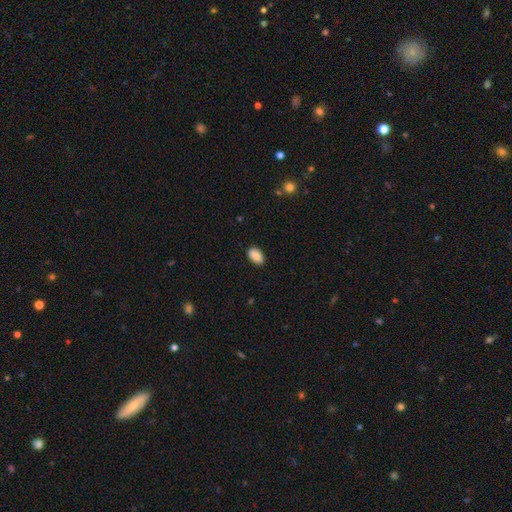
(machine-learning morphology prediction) smooth-or-featured: smooth: 89% | star or artifact: 7% | featured or disk: 4%
  how-rounded: in between: 92% | round: 7% | cigar-shaped: 1%
  merging: none: 88% | minor disturbance: 9% | major disturbance: 2% | merger: 1%